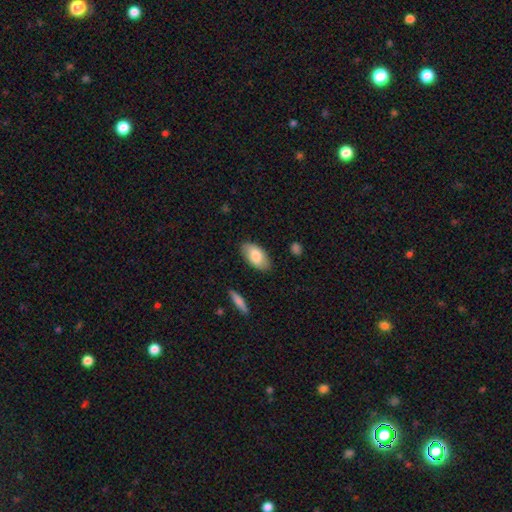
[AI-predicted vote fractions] smooth_or_featured: smooth (p=0.77) [alt: featured or disk p=0.18]
how_rounded: in between (p=0.95) [alt: round p=0.03]
merging: none (p=0.84) [alt: minor disturbance p=0.12]